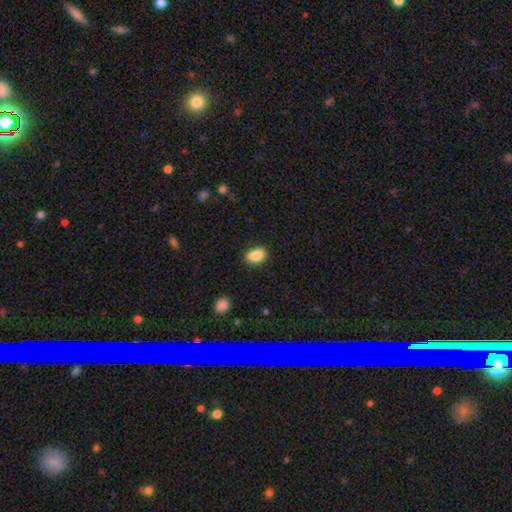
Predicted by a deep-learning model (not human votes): smooth-or-featured: smooth: 86% | star or artifact: 8% | featured or disk: 6%
  how-rounded: in between: 87% | round: 10% | cigar-shaped: 3%
  merging: none: 84% | minor disturbance: 12% | major disturbance: 3% | merger: 1%